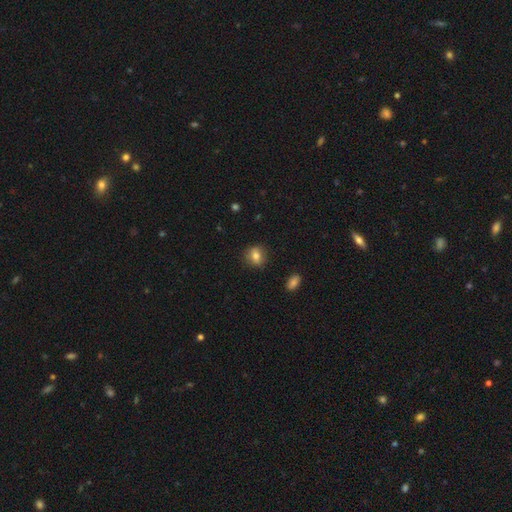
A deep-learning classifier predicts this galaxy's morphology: Overall: smooth (78%). How rounded: round (69%; in between 30%). Merging: none (84%).